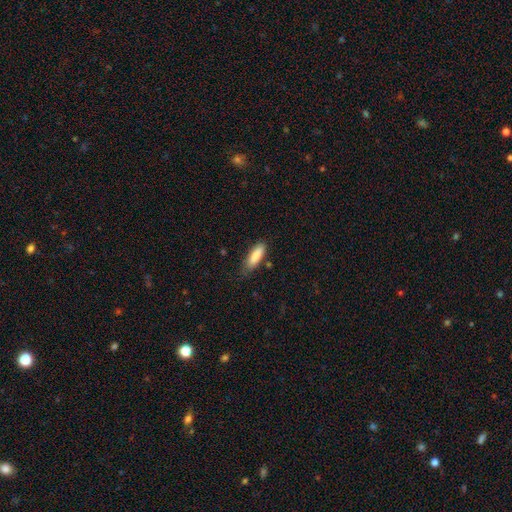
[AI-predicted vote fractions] smooth-or-featured: smooth: 85% | featured or disk: 9% | star or artifact: 6%
  how-rounded: in between: 51% | cigar-shaped: 48% | round: 2%
  merging: none: 76% | minor disturbance: 19% | major disturbance: 4% | merger: 2%